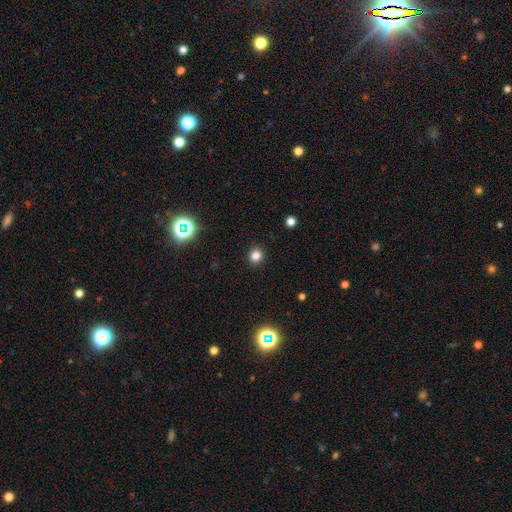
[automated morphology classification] A smooth galaxy with no disk features (80%) that is round (82%). Merging: none (91%).